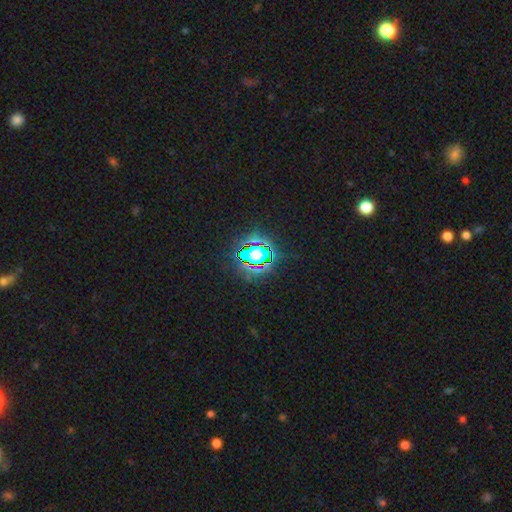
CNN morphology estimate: star or artifact 80%, smooth 12%, featured or disk 8%.